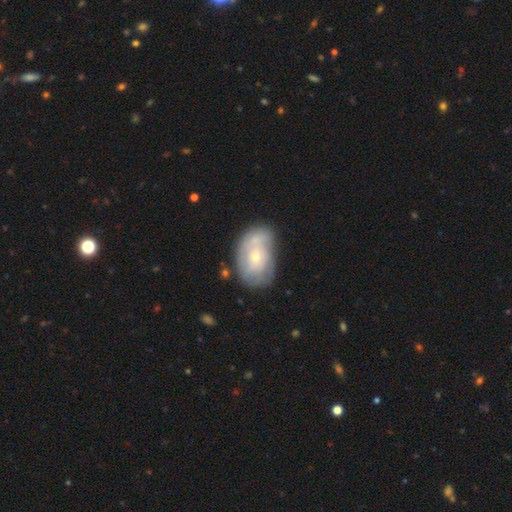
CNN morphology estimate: Q: Smooth or featured?
A: featured or disk (56%); runner-up: smooth (38%)
Q: Edge-on disk?
A: no (95%); runner-up: yes (5%)
Q: Bar?
A: no (81%); runner-up: weak (16%)
Q: Spiral arms?
A: yes (52%); runner-up: no (48%)
Q: Bulge size?
A: small (66%); runner-up: moderate (30%)
Q: Merging?
A: none (48%); runner-up: minor disturbance (28%)